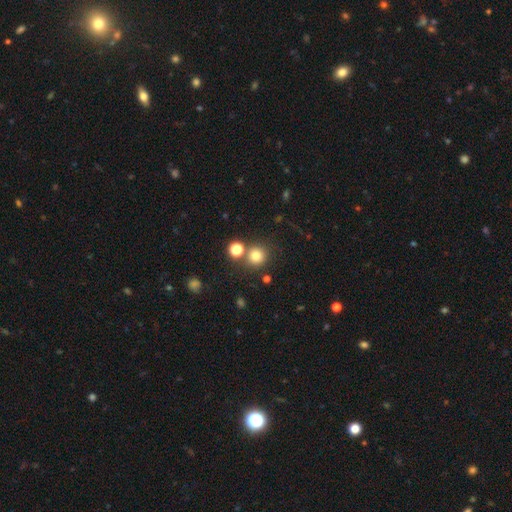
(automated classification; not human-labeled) This appears to be a smooth galaxy with no disk features (78%) that is round (92%). Merging: none (76%).